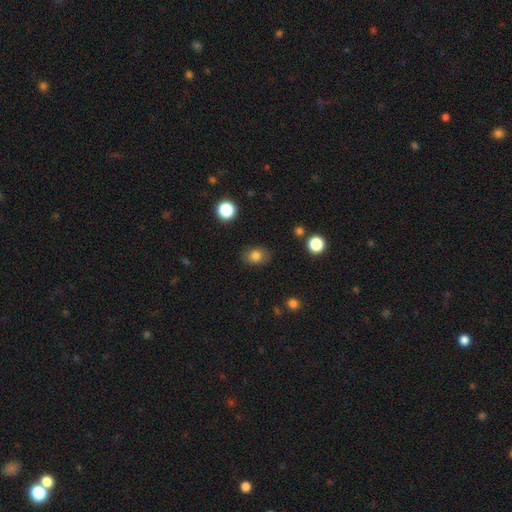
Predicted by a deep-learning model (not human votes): Smooth or featured?
  - smooth: 80% *
  - star or artifact: 10%
  - featured or disk: 9%
How rounded?
  - in between: 67% *
  - round: 32%
  - cigar-shaped: 1%
Merging?
  - none: 83% *
  - minor disturbance: 13%
  - major disturbance: 3%
  - merger: 2%